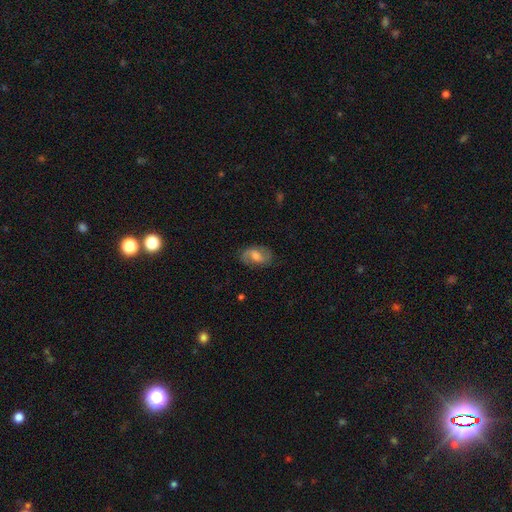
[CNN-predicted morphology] featured or disk 62%, smooth 31%, star or artifact 7%. Down the decision tree: edge-on disk — no (96%); bar — weak (48%); spiral arms — yes (90%); spiral arm count — 2 (85%); spiral winding — medium (42%, tied with loose); bulge size — moderate (57%); merging — none (78%).